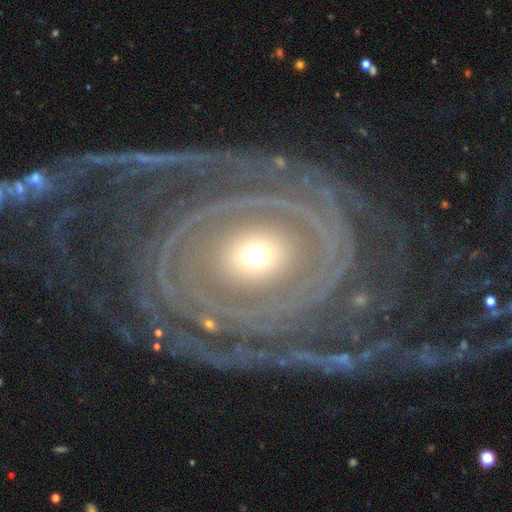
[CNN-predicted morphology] Smooth or featured? Predicted: featured or disk (p=0.88). Edge-on disk? Predicted: no (p=0.97). Bar? Predicted: no (p=0.80). Spiral arms? Predicted: yes (p=0.91). Spiral winding? Predicted: tight (p=0.76). Spiral arm count? Predicted: can't tell (p=0.24). Bulge size? Predicted: small (p=0.47). Merging? Predicted: none (p=0.70).